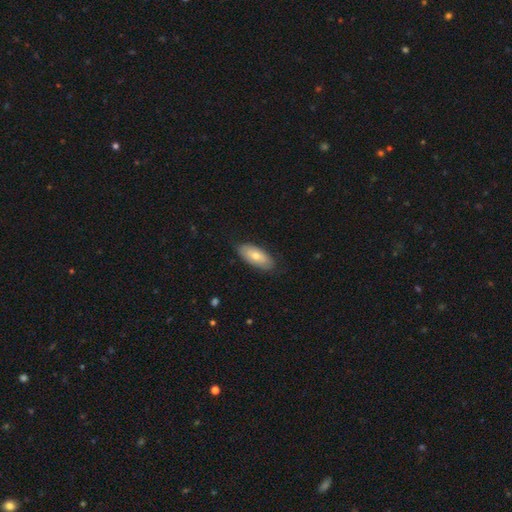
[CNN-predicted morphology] This appears to be a smooth galaxy with no disk features (69%) that is in between round and cigar-shaped (88%). Merging: none (81%).